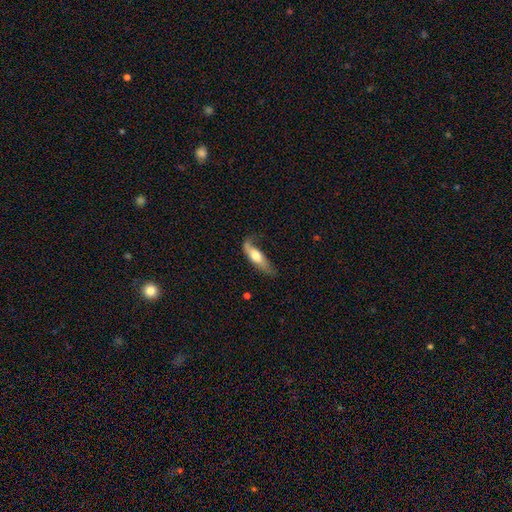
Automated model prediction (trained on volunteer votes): This is possibly a smooth galaxy (56%). How rounded: possibly cigar-shaped (50%). Merging: marginally none (44%).